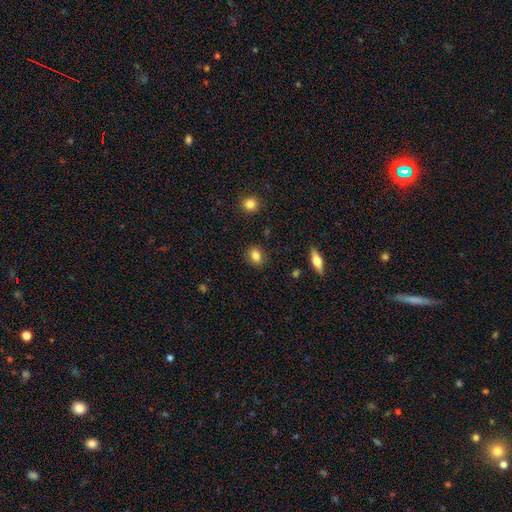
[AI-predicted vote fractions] Q: Smooth or featured?
A: smooth (83%); runner-up: star or artifact (9%)
Q: How rounded?
A: in between (50%); runner-up: round (49%)
Q: Merging?
A: none (87%); runner-up: minor disturbance (9%)